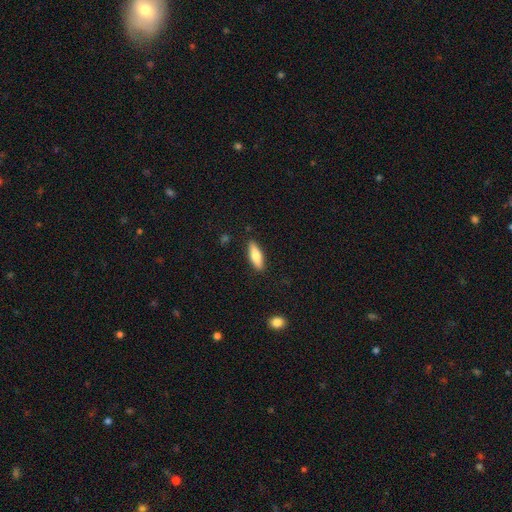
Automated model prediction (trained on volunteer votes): smooth-or-featured: smooth: 74% | featured or disk: 21% | star or artifact: 6%
  how-rounded: cigar-shaped: 51% | in between: 47% | round: 2%
  merging: none: 88% | minor disturbance: 9% | major disturbance: 2% | merger: 1%